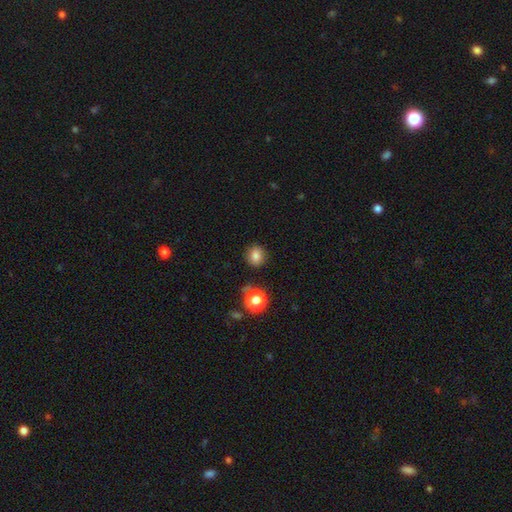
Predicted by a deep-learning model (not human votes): A smooth galaxy with no disk features (80%) that is round (83%).

Vote fractions:
- Smooth or featured? smooth: 80% / star or artifact: 13% / featured or disk: 7%
- How rounded? round: 83% / in between: 16% / cigar-shaped: 1%
- Merging? none: 87% / minor disturbance: 8% / major disturbance: 3% / merger: 2%